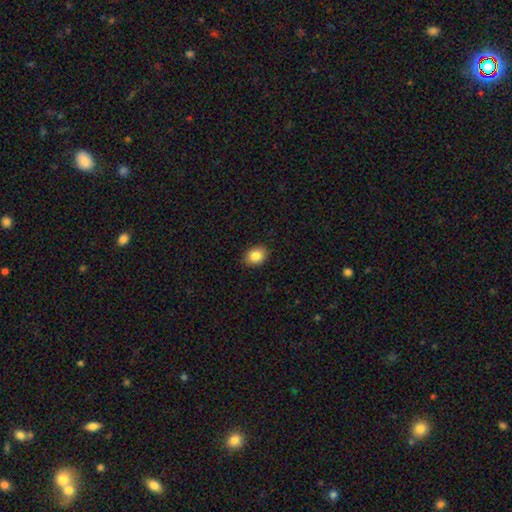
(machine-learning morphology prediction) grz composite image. It shows a smooth galaxy with no disk features (85%) that is in between round and cigar-shaped (53%). Merging: none (88%).